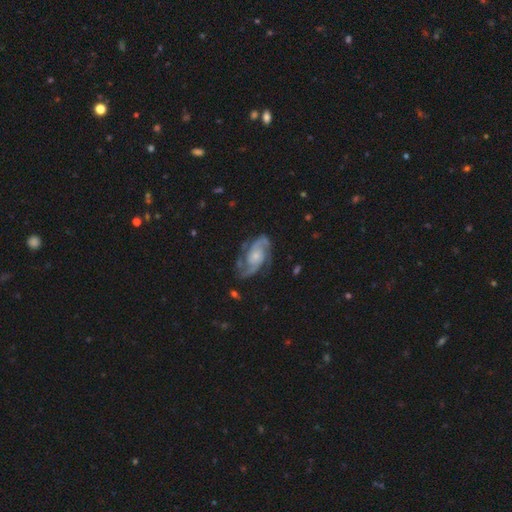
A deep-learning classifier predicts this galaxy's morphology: The model was most divided on "spiral winding": medium: 52%, tight: 34%, loose: 14%. More confident: spiral arms — yes (98%); edge-on disk — no (97%); smooth or featured — featured or disk (91%); spiral arm count — 2 (81%); merging — none (75%); bar — no (65%); bulge size — small (63%).